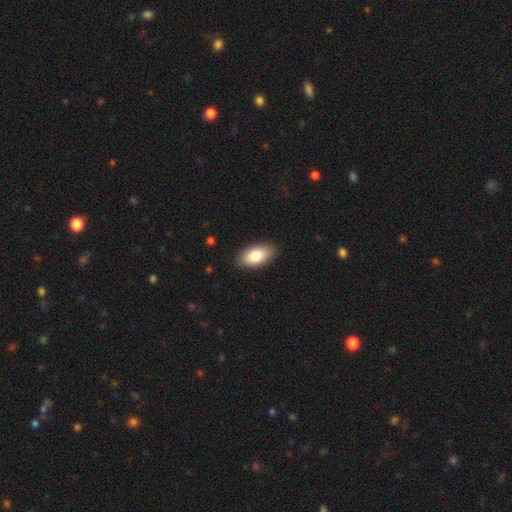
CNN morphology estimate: This is clearly a smooth galaxy (84%). How rounded: clearly in between (94%). Merging: clearly none (88%).